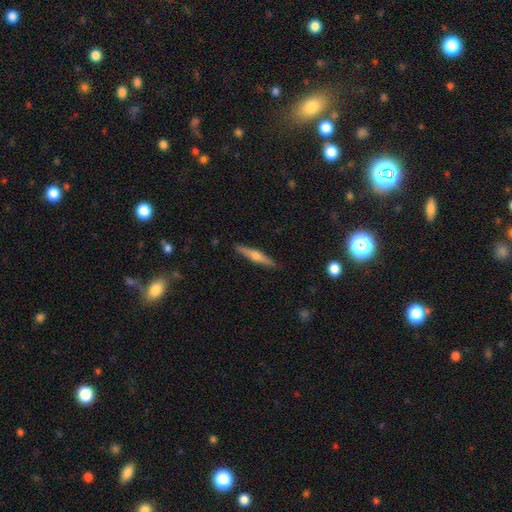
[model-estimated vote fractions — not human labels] Smooth or featured: featured or disk — 63% (smooth — 30%)
Edge-on disk: yes — 97% (no — 3%)
Edge-on bulge: rounded — 87% (none — 8%)
Merging: none — 90% (minor disturbance — 7%)